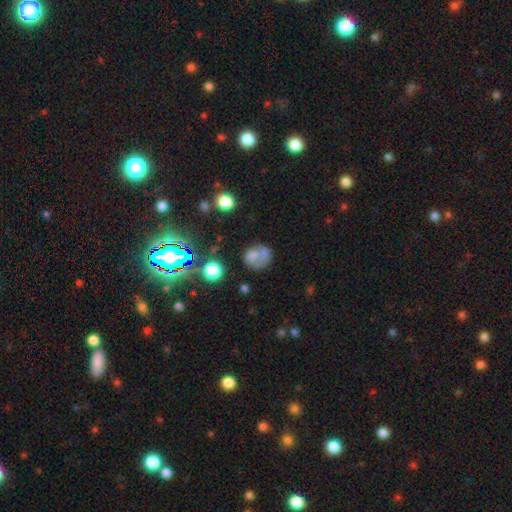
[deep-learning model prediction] The model was most divided on "merging": none: 43%, merger: 20%, minor disturbance: 19%, major disturbance: 18%. More confident: how rounded — round (70%); smooth or featured — smooth (59%).